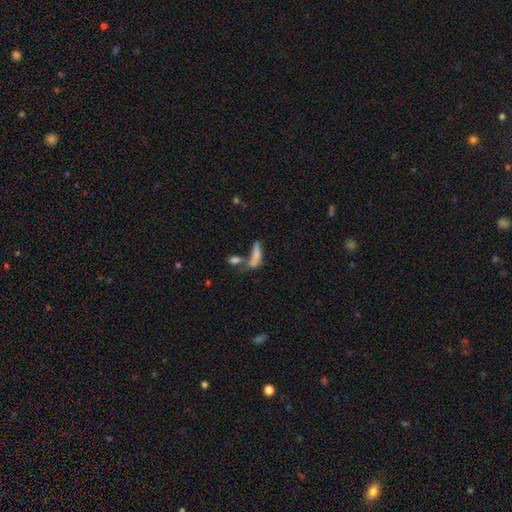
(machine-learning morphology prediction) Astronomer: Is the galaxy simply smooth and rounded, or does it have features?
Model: smooth — 69%.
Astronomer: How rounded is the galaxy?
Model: cigar-shaped — 50% (runner-up: in between, 46%).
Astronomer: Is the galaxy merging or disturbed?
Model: merger — 48% (runner-up: none, 27%).